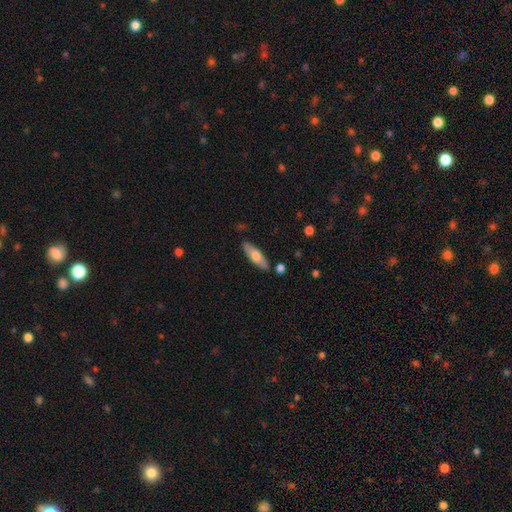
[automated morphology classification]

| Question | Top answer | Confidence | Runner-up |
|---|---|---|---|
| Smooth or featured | smooth | 62% | featured or disk (32%) |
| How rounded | in between | 56% | cigar-shaped (42%) |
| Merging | none | 84% | minor disturbance (11%) |